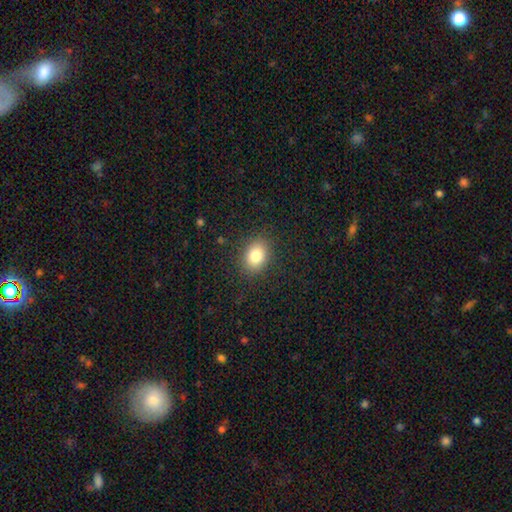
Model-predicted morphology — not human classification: Smooth or featured? smooth (82%)
How rounded? in between (63%)
Merging? none (87%)